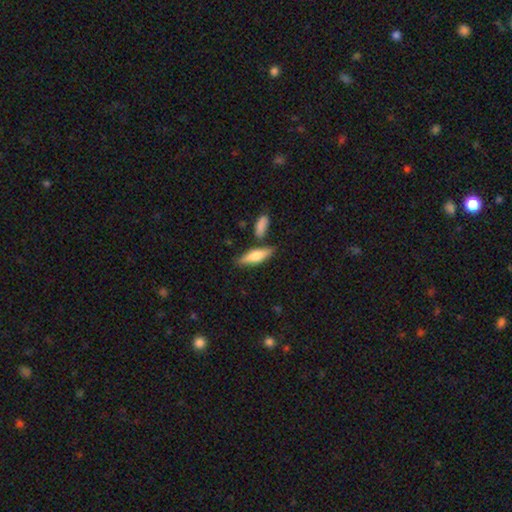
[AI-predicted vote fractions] Smooth or featured?
  - smooth: 59% *
  - featured or disk: 35%
  - star or artifact: 6%
How rounded?
  - cigar-shaped: 51% *
  - in between: 46%
  - round: 3%
Merging?
  - none: 73% *
  - minor disturbance: 13%
  - merger: 11%
  - major disturbance: 3%